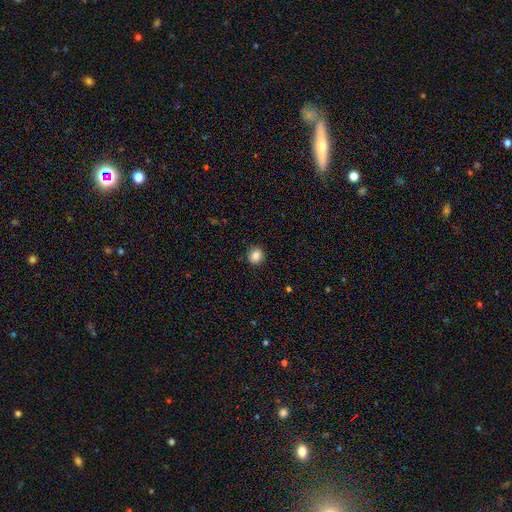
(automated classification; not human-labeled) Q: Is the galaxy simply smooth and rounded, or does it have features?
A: smooth — 85%.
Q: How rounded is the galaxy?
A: round — 87%.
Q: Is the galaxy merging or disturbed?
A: none — 91%.